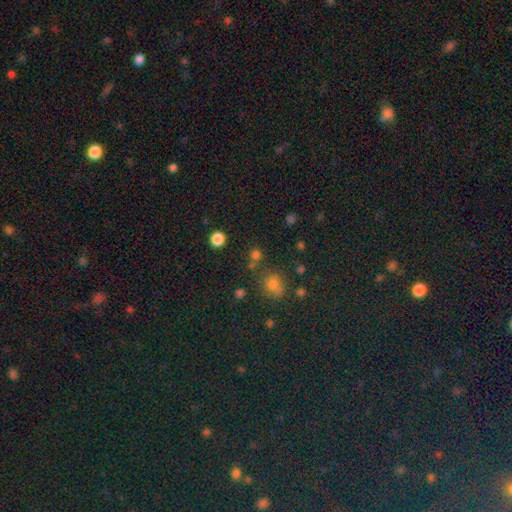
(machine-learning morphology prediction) A smooth galaxy with no disk features (67%) that is round (82%).

Vote fractions:
- Smooth or featured? smooth: 67% / star or artifact: 26% / featured or disk: 7%
- How rounded? round: 82% / in between: 17% / cigar-shaped: 1%
- Merging? none: 69% / merger: 15% / minor disturbance: 11% / major disturbance: 5%